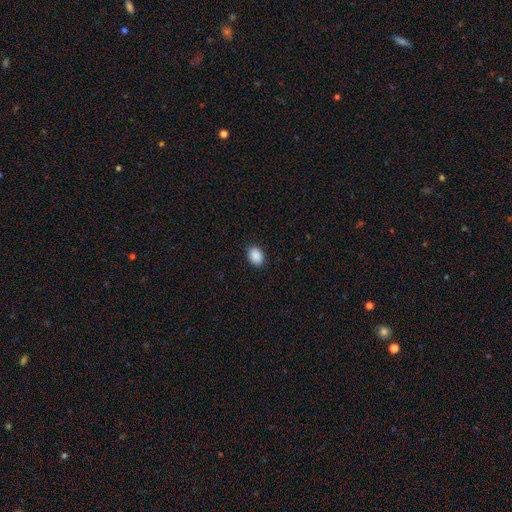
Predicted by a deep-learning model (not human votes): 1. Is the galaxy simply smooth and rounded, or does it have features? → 90% smooth, 8% star or artifact, 2% featured or disk.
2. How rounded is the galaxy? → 73% in between, 26% round, 1% cigar-shaped.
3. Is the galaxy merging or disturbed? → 90% none, 7% minor disturbance, 2% major disturbance, 1% merger.